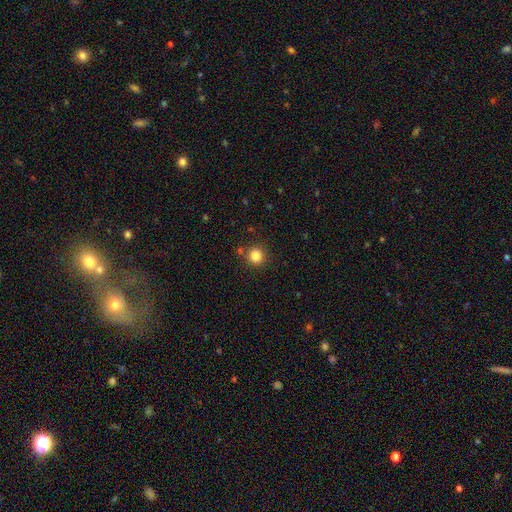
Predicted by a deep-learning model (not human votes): The model was most divided on "smooth or featured": smooth: 83%, star or artifact: 12%, featured or disk: 5%. More confident: how rounded — round (91%); merging — none (85%).